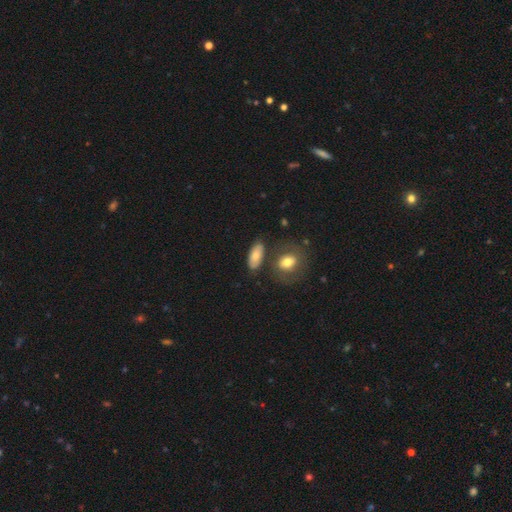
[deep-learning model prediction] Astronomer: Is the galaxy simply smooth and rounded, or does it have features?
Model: smooth — 75%.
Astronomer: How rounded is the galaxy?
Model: in between — 84%.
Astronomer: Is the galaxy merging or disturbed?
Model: none — 70%.